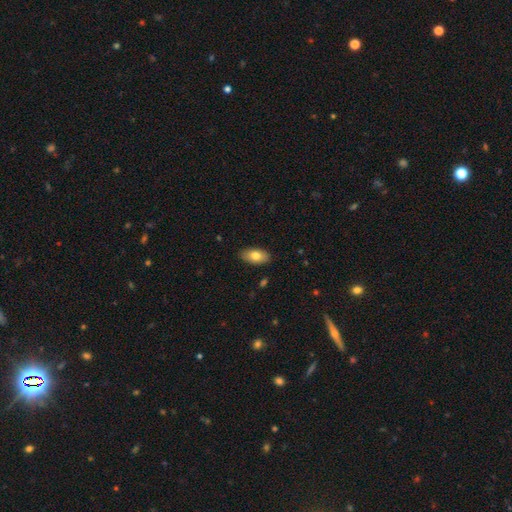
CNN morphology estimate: A smooth galaxy with no disk features (78%) that is in between round and cigar-shaped (93%).

Vote fractions:
- Smooth or featured? smooth: 78% / featured or disk: 15% / star or artifact: 6%
- How rounded? in between: 93% / cigar-shaped: 4% / round: 3%
- Merging? none: 88% / minor disturbance: 9% / major disturbance: 2% / merger: 1%